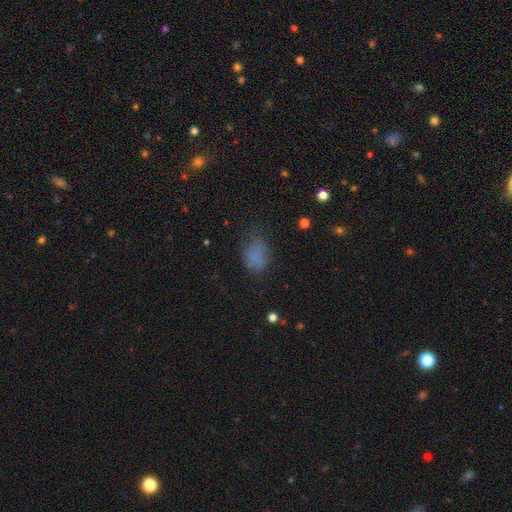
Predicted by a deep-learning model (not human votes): A smooth galaxy with no disk features (71%) that is in between round and cigar-shaped (78%). Merging: none (54%).